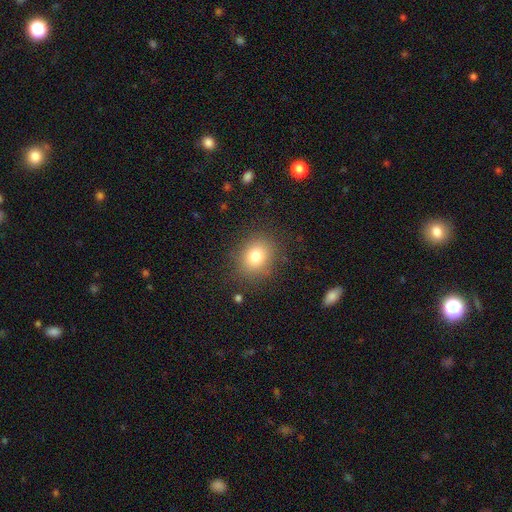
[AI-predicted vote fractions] A smooth galaxy with no disk features (76%) that is round (70%). Merging: none (88%).